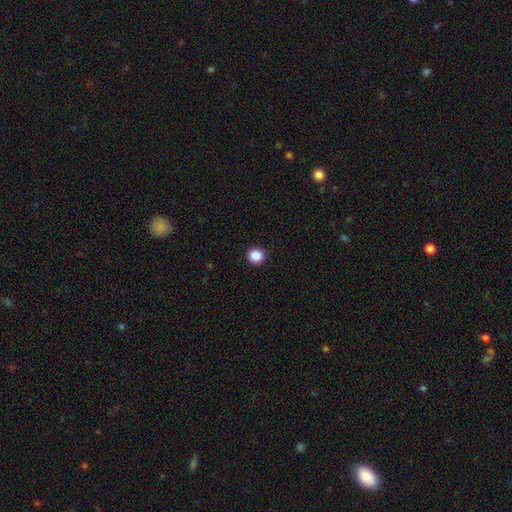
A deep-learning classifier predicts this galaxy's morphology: Smooth or featured? Predicted: smooth (p=0.87). How rounded? Predicted: round (p=0.92). Merging? Predicted: none (p=0.93).